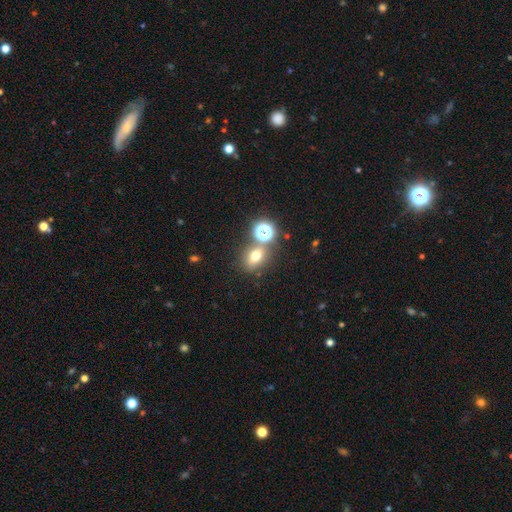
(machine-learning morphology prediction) Smooth or featured?
  - smooth: 65% *
  - star or artifact: 22%
  - featured or disk: 13%
How rounded?
  - in between: 54% *
  - round: 44%
  - cigar-shaped: 2%
Merging?
  - none: 64% *
  - merger: 20%
  - minor disturbance: 11%
  - major disturbance: 5%